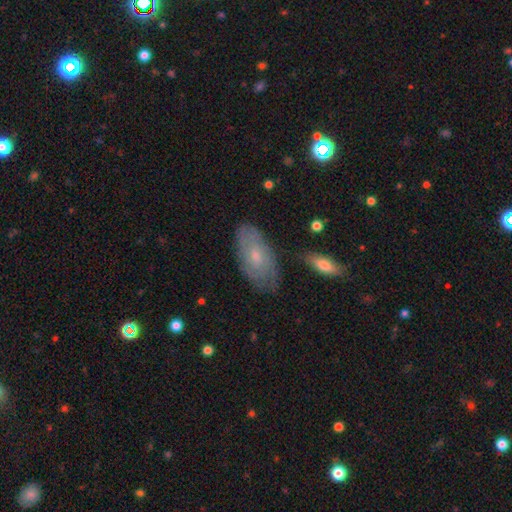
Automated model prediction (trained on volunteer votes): A smooth galaxy with no disk features (46%, tied with featured or disk).

Vote fractions:
- Smooth or featured? smooth: 46% (tied) / featured or disk: 46% (tied) / star or artifact: 8%
- Merging? none: 76% / minor disturbance: 18% / major disturbance: 4% / merger: 2%